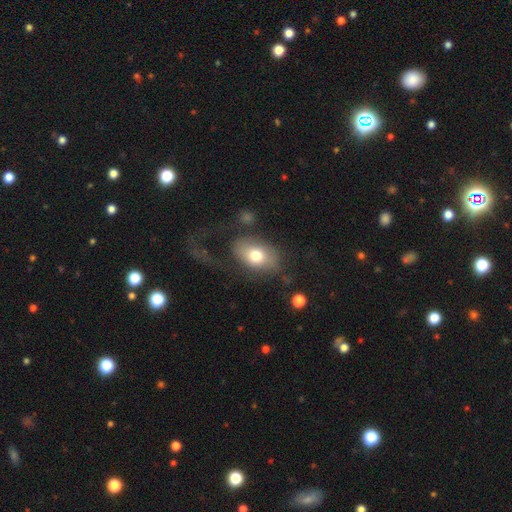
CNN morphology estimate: Smooth or featured? Predicted: smooth (p=0.69). How rounded? Predicted: in between (p=0.85). Merging? Predicted: none (p=0.46).